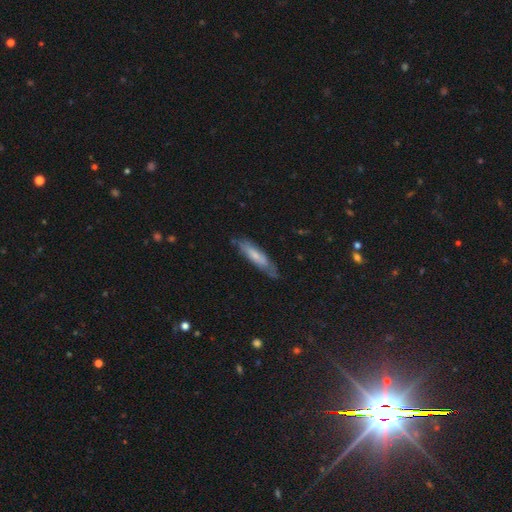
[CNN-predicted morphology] Smooth or featured? smooth (56%)
How rounded? cigar-shaped (75%)
Merging? none (68%)